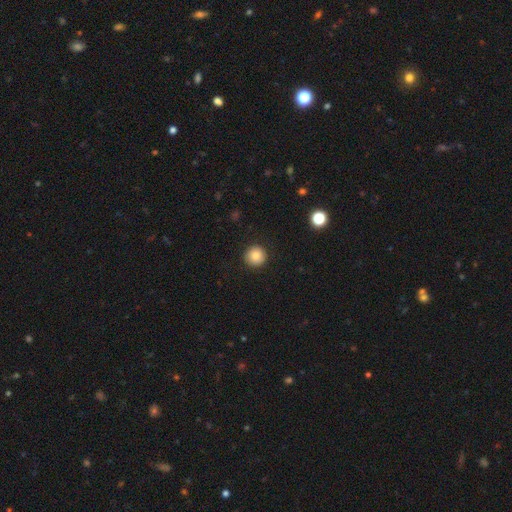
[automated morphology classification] A smooth galaxy with no disk features (85%) that is round (96%).

Vote fractions:
- Smooth or featured? smooth: 85% / star or artifact: 10% / featured or disk: 5%
- How rounded? round: 96% / in between: 3% / cigar-shaped: 1%
- Merging? none: 92% / minor disturbance: 5% / major disturbance: 2% / merger: 1%